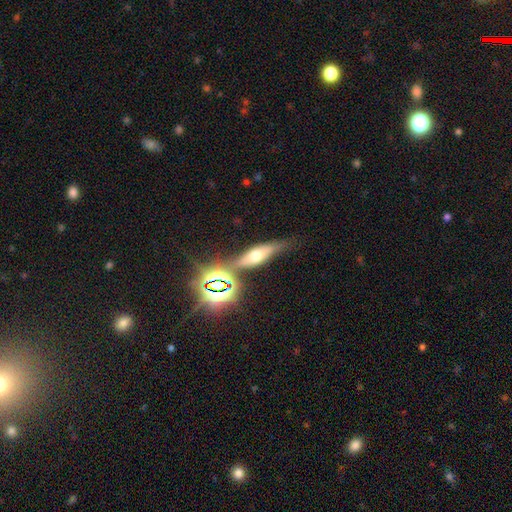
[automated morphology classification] smooth_or_featured: featured or disk (p=0.47) [alt: smooth p=0.34]
merging: none (p=0.69) [alt: minor disturbance p=0.15]